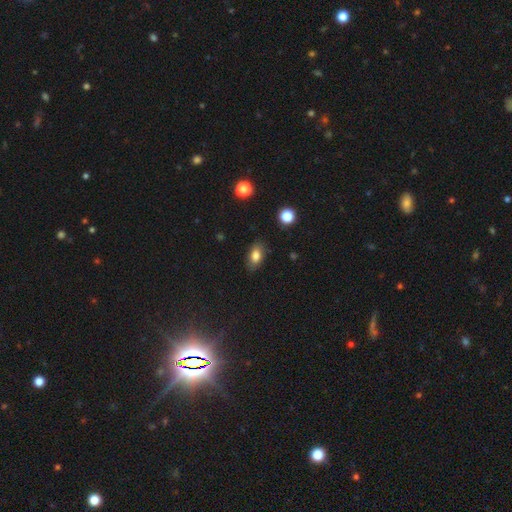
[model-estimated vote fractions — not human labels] smooth-or-featured: smooth: 80% | featured or disk: 10% | star or artifact: 10%
  how-rounded: in between: 87% | round: 9% | cigar-shaped: 4%
  merging: none: 82% | minor disturbance: 14% | major disturbance: 3% | merger: 1%